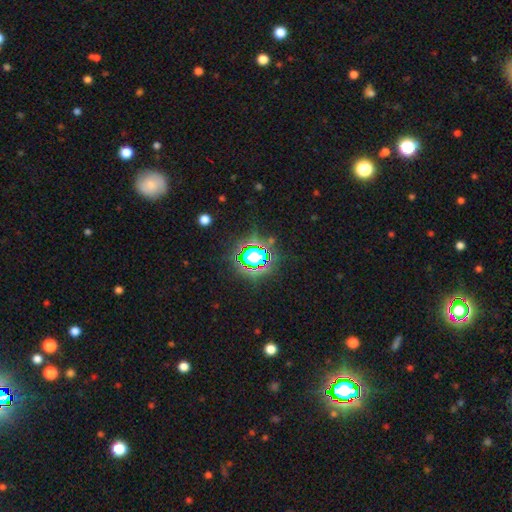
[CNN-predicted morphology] Smooth or featured?
  - star or artifact: 64% *
  - smooth: 24%
  - featured or disk: 12%